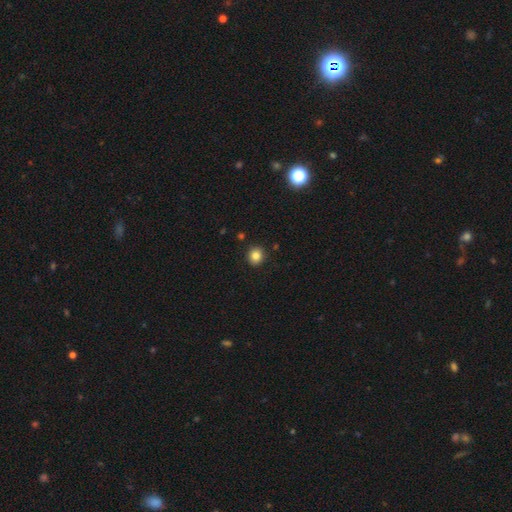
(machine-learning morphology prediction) This is clearly a smooth galaxy (84%). How rounded: clearly round (83%). Merging: clearly none (89%).